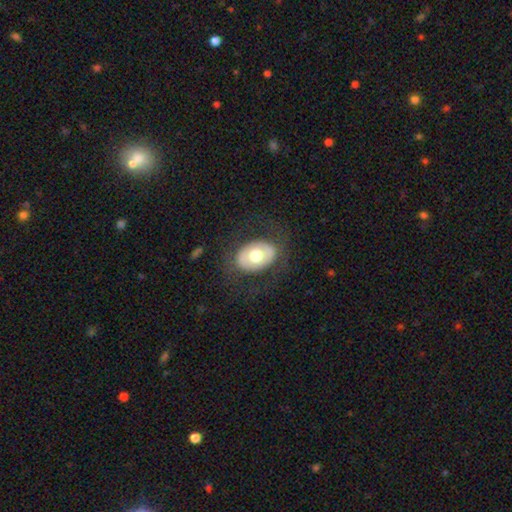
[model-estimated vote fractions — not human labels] smooth 57%, featured or disk 37%, star or artifact 6%. Down the decision tree: how rounded — in between (76%); merging — none (77%).